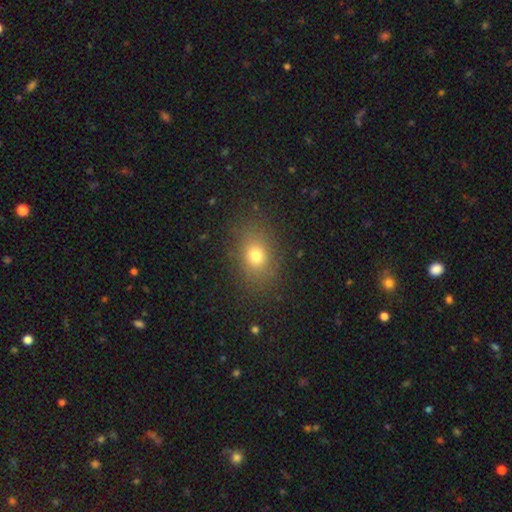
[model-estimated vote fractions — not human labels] Smooth or featured? Predicted: smooth (p=0.73). How rounded? Predicted: in between (p=0.59). Merging? Predicted: none (p=0.84).